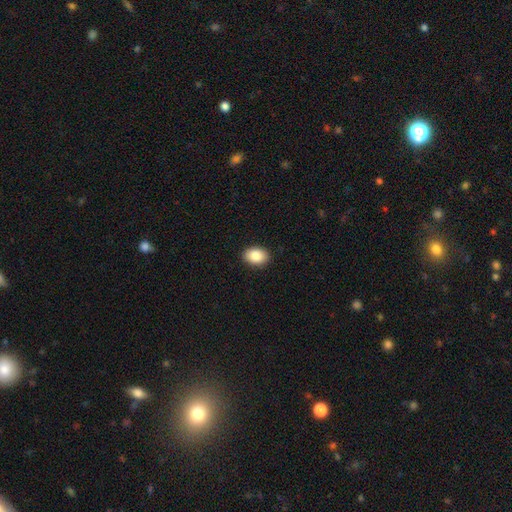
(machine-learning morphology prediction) This is clearly a smooth galaxy (87%). How rounded: likely in between (78%). Merging: clearly none (90%).